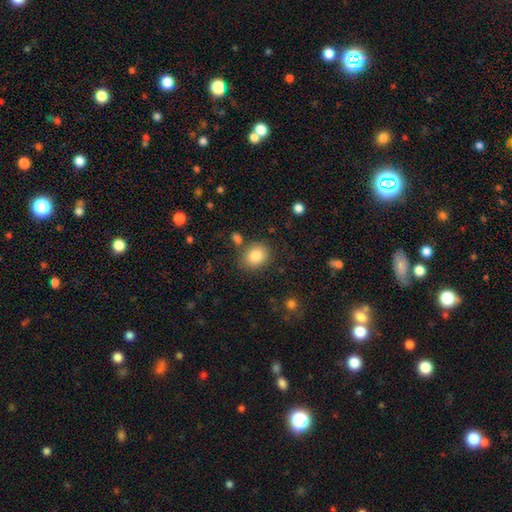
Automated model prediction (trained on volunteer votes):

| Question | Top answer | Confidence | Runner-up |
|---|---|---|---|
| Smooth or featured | smooth | 83% | star or artifact (9%) |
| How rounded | round | 59% | in between (40%) |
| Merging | none | 79% | minor disturbance (11%) |